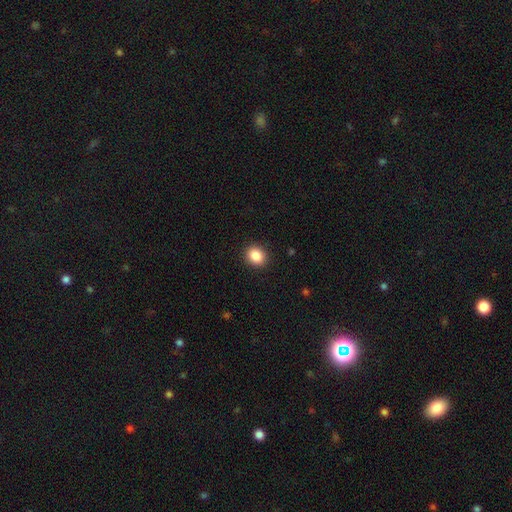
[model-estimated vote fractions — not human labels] smooth 87%, star or artifact 9%, featured or disk 4%. Down the decision tree: how rounded — round (60%); merging — none (90%).